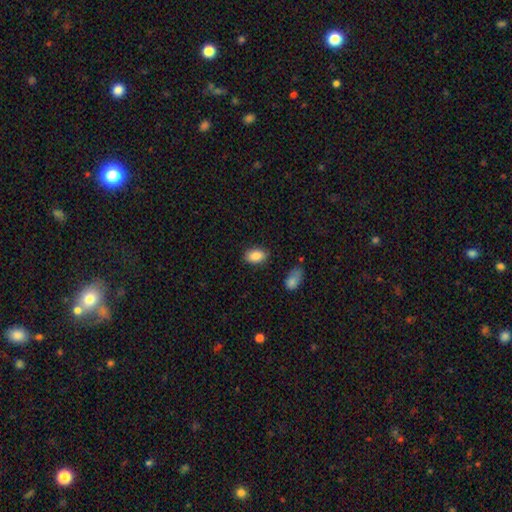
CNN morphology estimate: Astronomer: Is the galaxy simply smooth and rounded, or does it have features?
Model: smooth — 87%.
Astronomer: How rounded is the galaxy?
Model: in between — 87%.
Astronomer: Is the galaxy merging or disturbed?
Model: none — 83%.